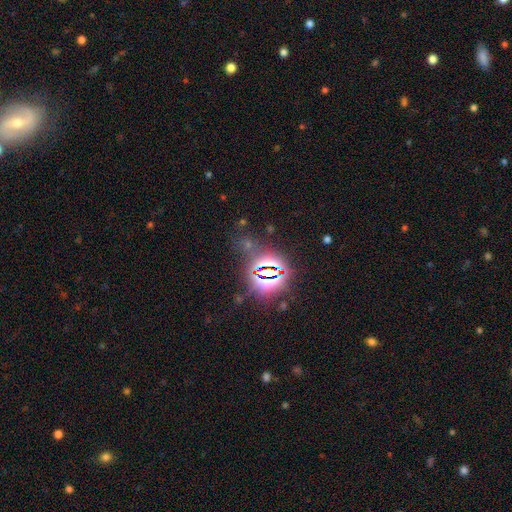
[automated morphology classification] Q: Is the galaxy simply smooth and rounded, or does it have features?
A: star or artifact — 83%.